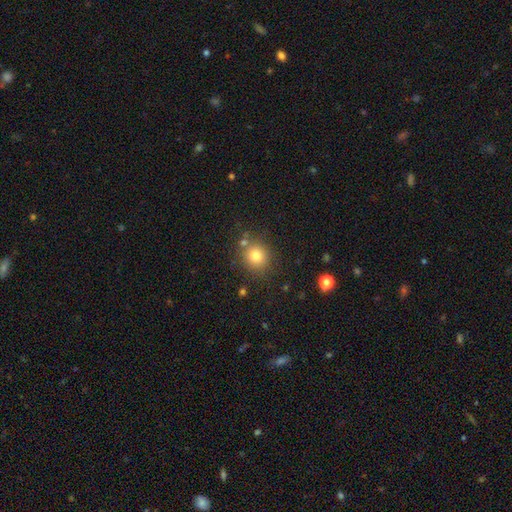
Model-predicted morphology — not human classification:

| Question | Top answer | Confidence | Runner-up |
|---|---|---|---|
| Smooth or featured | smooth | 78% | star or artifact (13%) |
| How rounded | round | 88% | in between (11%) |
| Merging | none | 79% | minor disturbance (9%) |